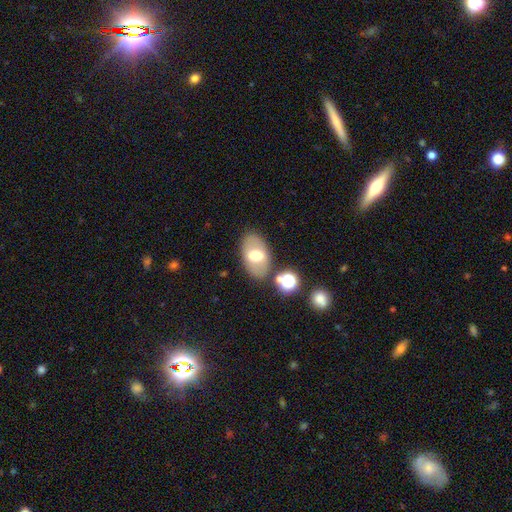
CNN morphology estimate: This appears to be a smooth galaxy with no disk features (56%) that is in between round and cigar-shaped (89%). Merging: none (78%).